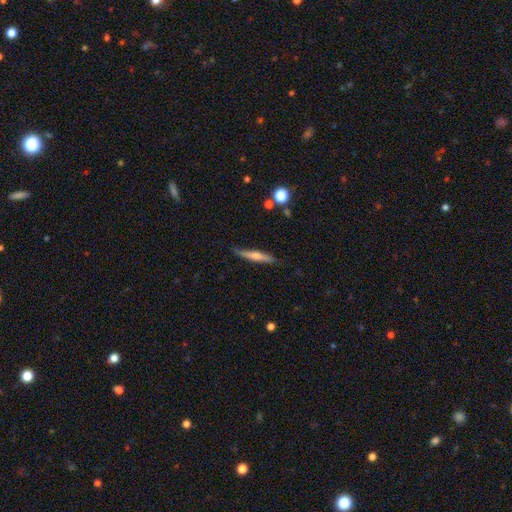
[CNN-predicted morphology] Q: Smooth or featured?
A: featured or disk (53%); runner-up: smooth (40%)
Q: Edge-on disk?
A: yes (95%); runner-up: no (5%)
Q: Edge-on bulge?
A: rounded (74%); runner-up: none (19%)
Q: Merging?
A: none (85%); runner-up: minor disturbance (12%)